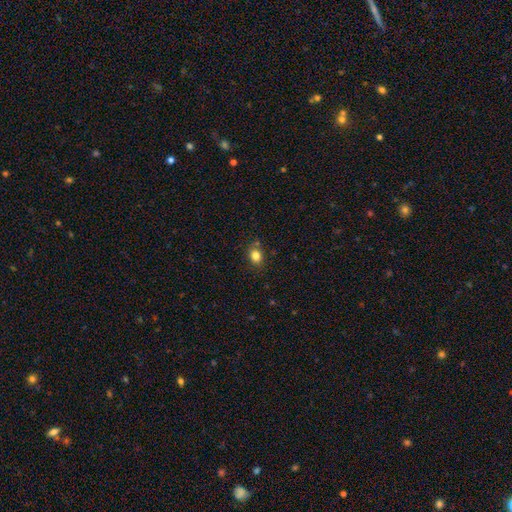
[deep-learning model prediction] A smooth galaxy with no disk features (82%) that is in between round and cigar-shaped (55%). Merging: none (79%).